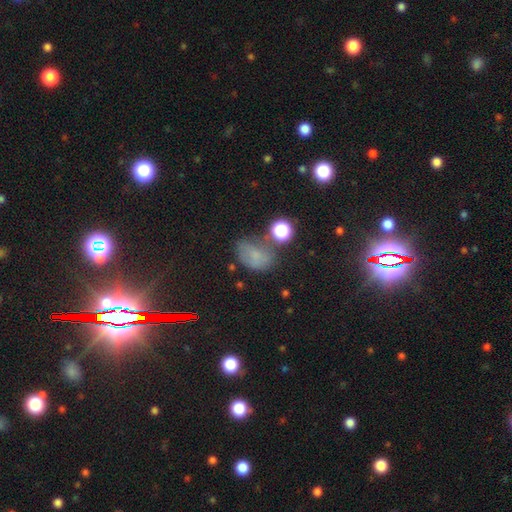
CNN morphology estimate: smooth-or-featured: smooth: 57% | star or artifact: 27% | featured or disk: 16%
  how-rounded: in between: 70% | round: 28% | cigar-shaped: 2%
  merging: none: 43% | minor disturbance: 28% | major disturbance: 18% | merger: 11%